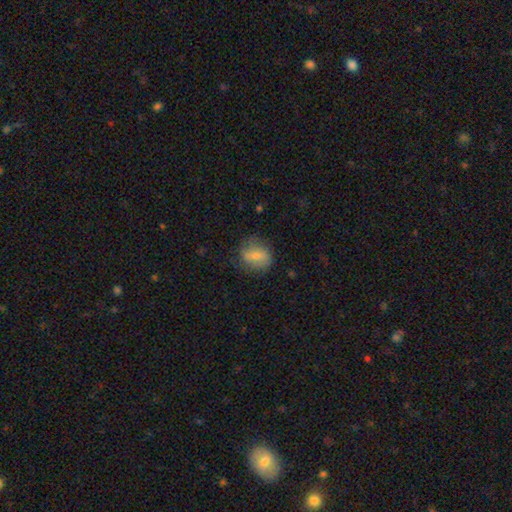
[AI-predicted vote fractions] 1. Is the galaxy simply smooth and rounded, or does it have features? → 56% smooth, 34% featured or disk, 10% star or artifact.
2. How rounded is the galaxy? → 53% round, 44% in between, 3% cigar-shaped.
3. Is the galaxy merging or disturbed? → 76% none, 17% minor disturbance, 6% major disturbance, 1% merger.